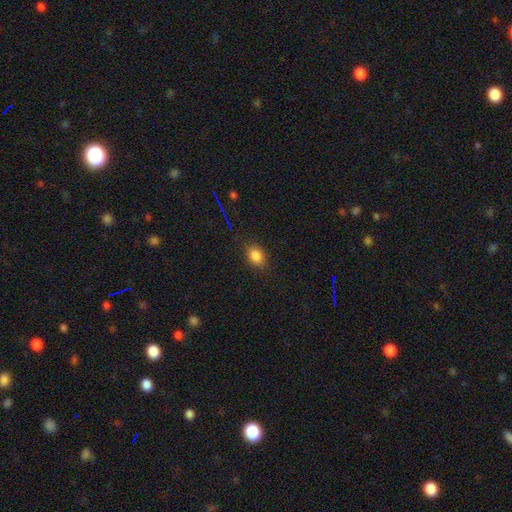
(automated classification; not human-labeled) A smooth galaxy with no disk features (83%) that is in between round and cigar-shaped (69%).

Vote fractions:
- Smooth or featured? smooth: 83% / star or artifact: 12% / featured or disk: 6%
- How rounded? in between: 69% / round: 29% / cigar-shaped: 2%
- Merging? none: 83% / minor disturbance: 12% / major disturbance: 3% / merger: 1%